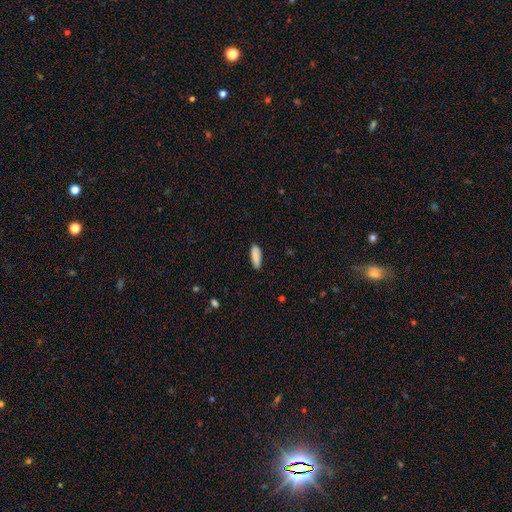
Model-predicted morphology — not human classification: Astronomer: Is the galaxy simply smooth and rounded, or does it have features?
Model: smooth — 89%.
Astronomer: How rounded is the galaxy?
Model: in between — 67%.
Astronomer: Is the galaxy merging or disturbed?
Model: none — 86%.